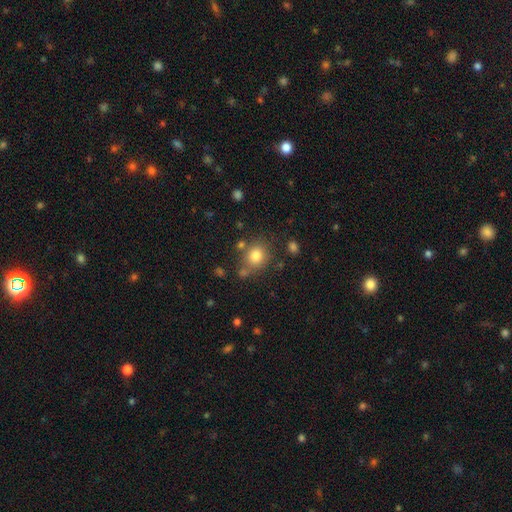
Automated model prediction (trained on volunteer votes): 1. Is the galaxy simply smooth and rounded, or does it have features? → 80% smooth, 12% star or artifact, 8% featured or disk.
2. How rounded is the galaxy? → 76% round, 23% in between, 1% cigar-shaped.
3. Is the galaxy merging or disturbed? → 72% none, 13% minor disturbance, 10% merger, 5% major disturbance.